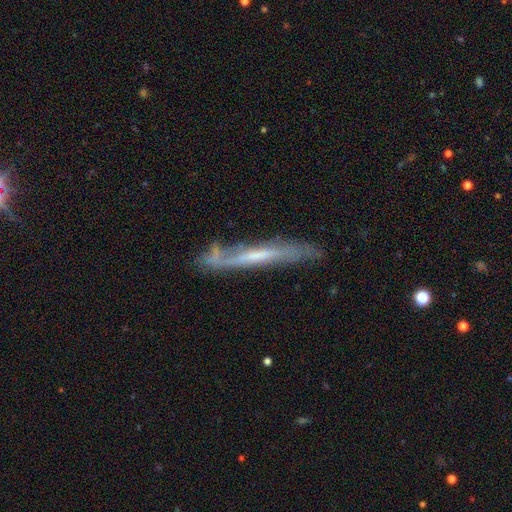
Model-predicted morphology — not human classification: A featured or disk galaxy (67%) viewed edge-on (71%). Merging: none (62%).